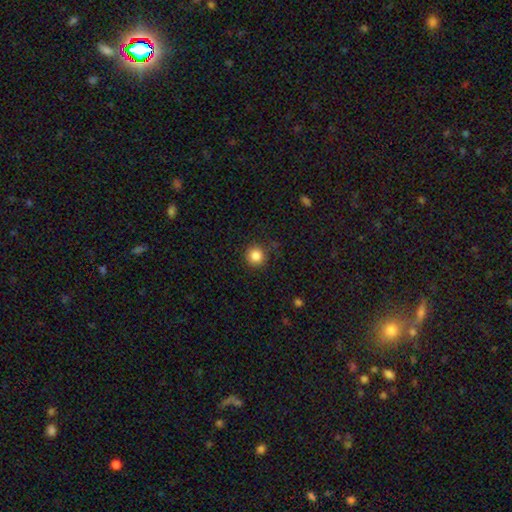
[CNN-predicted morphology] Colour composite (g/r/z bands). It shows a smooth galaxy with no disk features (85%) that is round (94%). Merging: none (87%).